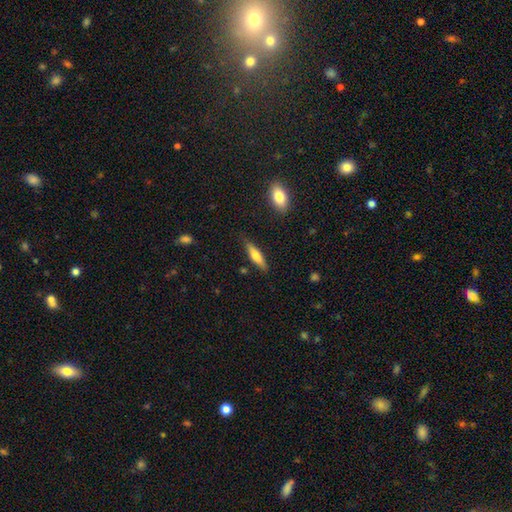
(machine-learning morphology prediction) type=smooth (60%); roundness=cigar-shaped (72%); merging=none (83%).